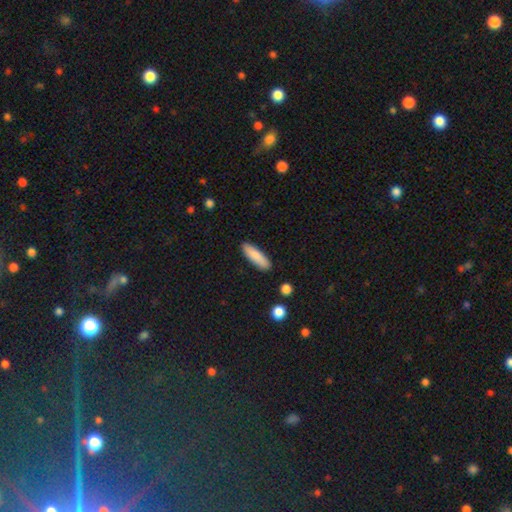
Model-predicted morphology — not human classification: This is clearly a smooth galaxy (85%). How rounded: likely cigar-shaped (60%). Merging: clearly none (88%).